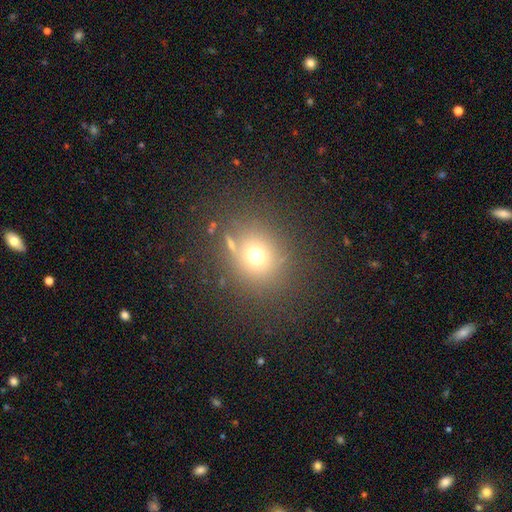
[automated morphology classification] Smooth or featured? smooth (67%)
How rounded? round (80%)
Merging? none (77%)